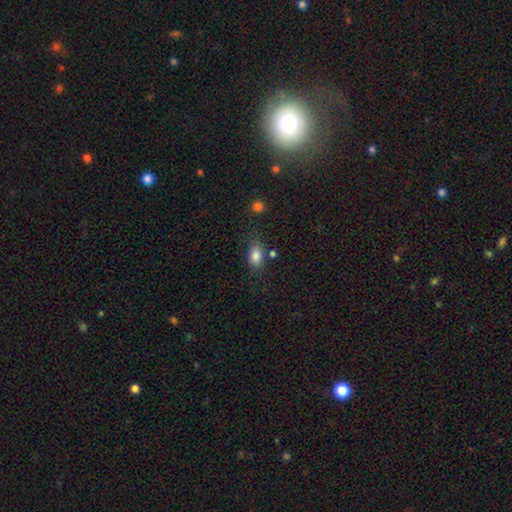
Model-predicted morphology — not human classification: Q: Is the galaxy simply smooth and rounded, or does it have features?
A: smooth — 83%.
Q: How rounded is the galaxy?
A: in between — 82%.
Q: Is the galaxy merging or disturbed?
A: none — 68%.